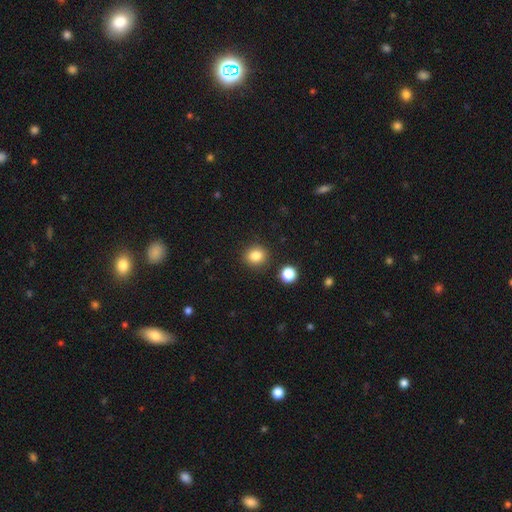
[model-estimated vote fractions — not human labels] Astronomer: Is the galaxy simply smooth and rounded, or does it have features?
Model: smooth — 84%.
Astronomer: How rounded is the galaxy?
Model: round — 84%.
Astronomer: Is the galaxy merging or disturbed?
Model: none — 88%.